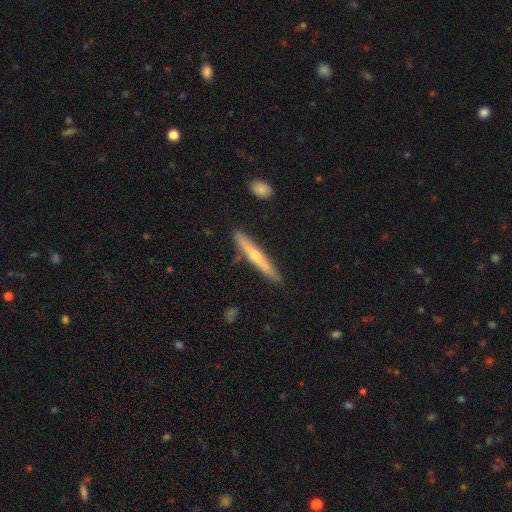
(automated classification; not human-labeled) The model was most divided on "smooth or featured": featured or disk: 51%, smooth: 43%, star or artifact: 6%. More confident: edge-on disk — yes (95%); merging — none (88%).